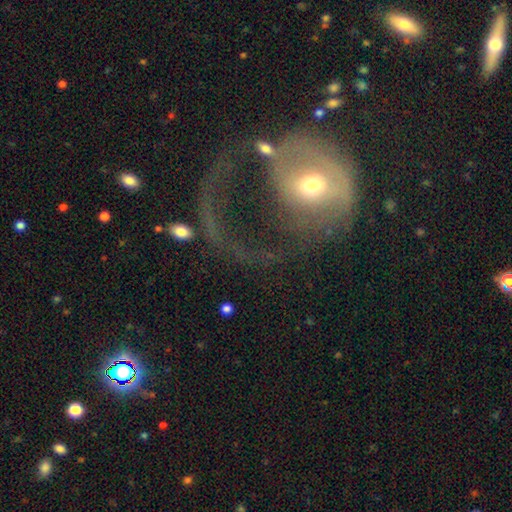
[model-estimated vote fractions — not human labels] This is possibly a featured or disk galaxy (56%). It is clearly not viewed edge-on (95%). Bar: likely no (64%). Spiral arm pattern: possibly no (51%). Central bulge: likely moderate (62%). Merging: likely major disturbance (61%).